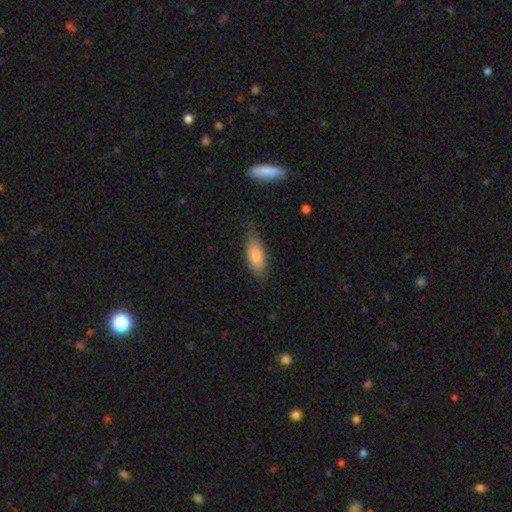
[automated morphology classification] Smooth or featured? Predicted: smooth (p=0.79). How rounded? Predicted: in between (p=0.77). Merging? Predicted: none (p=0.65).